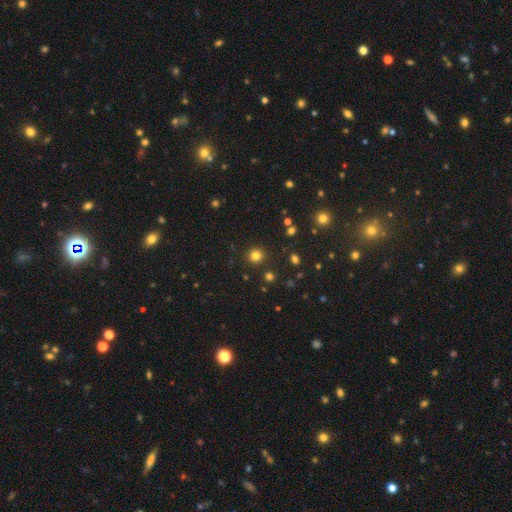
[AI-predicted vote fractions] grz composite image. It shows a smooth galaxy with no disk features (79%) that is round (94%). Merging: none (91%).